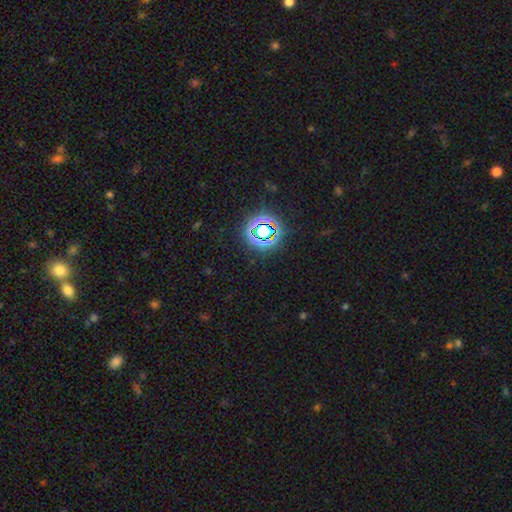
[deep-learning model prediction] Smooth or featured? star or artifact (69%)